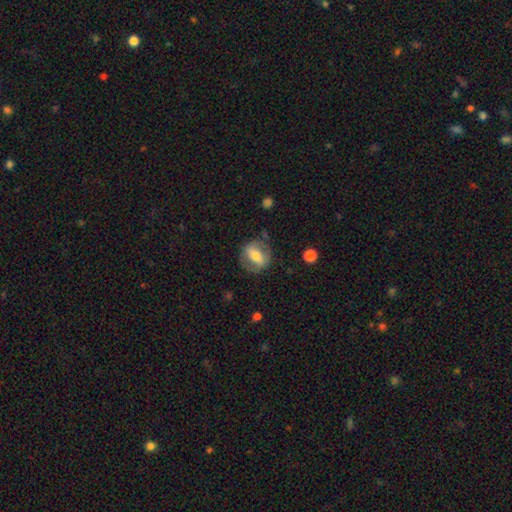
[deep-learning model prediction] smooth-or-featured: featured or disk: 51% | smooth: 42% | star or artifact: 7%
  disk-edge-on: no: 86% | yes: 14%
  merging: none: 74% | minor disturbance: 15% | major disturbance: 9% | merger: 2%